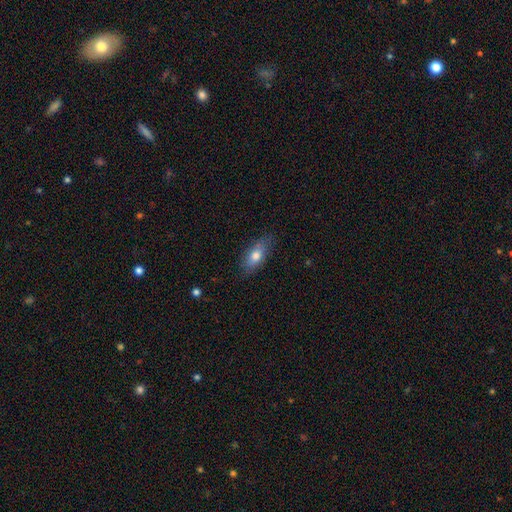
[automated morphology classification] This appears to be a smooth galaxy with no disk features (74%) that is in between round and cigar-shaped (81%). Merging: none (77%).